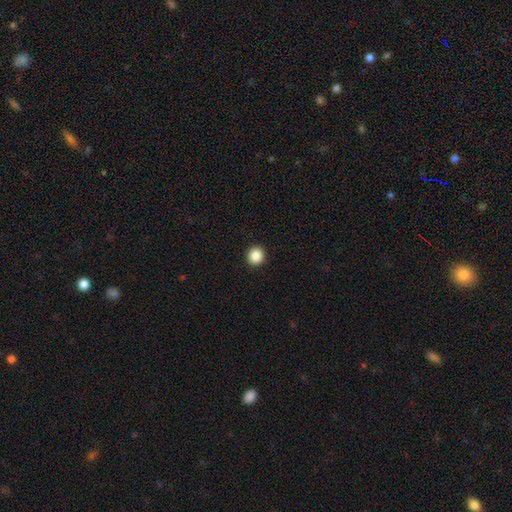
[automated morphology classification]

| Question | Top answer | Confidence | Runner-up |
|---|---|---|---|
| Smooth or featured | smooth | 87% | star or artifact (10%) |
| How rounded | round | 92% | in between (7%) |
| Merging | none | 94% | minor disturbance (4%) |